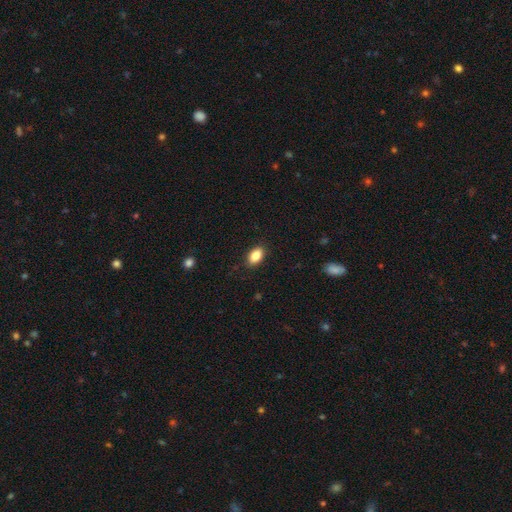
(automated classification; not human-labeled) smooth 86%, star or artifact 8%, featured or disk 6%. Down the decision tree: how rounded — in between (90%); merging — none (88%).